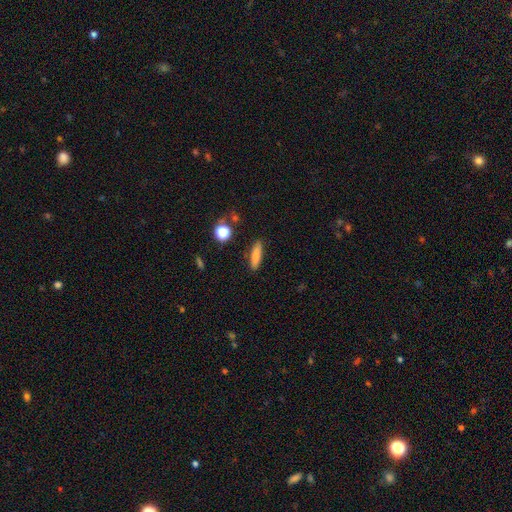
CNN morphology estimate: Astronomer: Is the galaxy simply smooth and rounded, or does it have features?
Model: smooth — 80%.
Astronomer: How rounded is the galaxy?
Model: cigar-shaped — 63%.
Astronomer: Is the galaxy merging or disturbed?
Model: none — 86%.